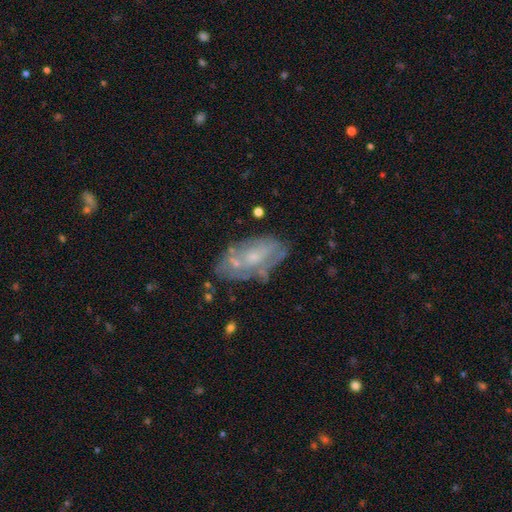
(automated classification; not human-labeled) smooth-or-featured: featured or disk: 62% | smooth: 29% | star or artifact: 9%
  disk-edge-on: no: 92% | yes: 8%
    bar: no: 74% | weak: 22% | strong: 4%
    has-spiral-arms: no: 51% | yes: 49%
    bulge-size: small: 55% | moderate: 31% | none: 11% | large: 2% | dominant: 1%
  merging: none: 59% | minor disturbance: 23% | major disturbance: 11% | merger: 7%